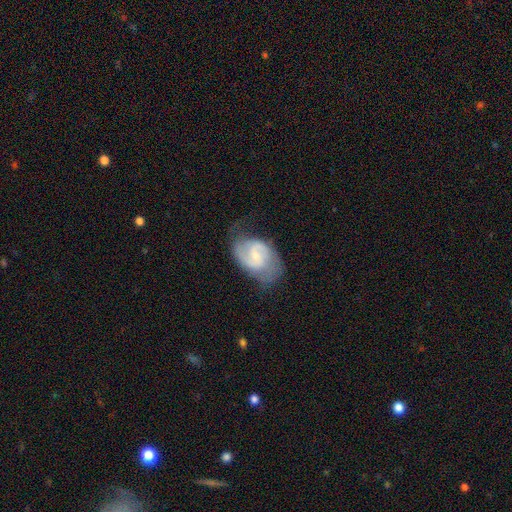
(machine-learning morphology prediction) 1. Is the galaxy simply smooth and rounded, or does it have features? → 81% featured or disk, 14% smooth, 5% star or artifact.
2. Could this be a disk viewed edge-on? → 98% no, 2% yes.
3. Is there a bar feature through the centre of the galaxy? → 54% weak, 34% no, 11% strong.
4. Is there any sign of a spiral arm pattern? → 94% yes, 6% no.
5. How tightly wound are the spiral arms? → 52% medium, 27% tight, 22% loose.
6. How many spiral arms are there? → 82% 2, 8% can't tell, 5% 1, 3% 3, 1% 4, 1% more than 4.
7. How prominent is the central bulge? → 63% small, 30% moderate, 5% none, 2% large, 1% dominant.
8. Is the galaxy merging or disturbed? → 58% none, 26% minor disturbance, 15% major disturbance, 2% merger.